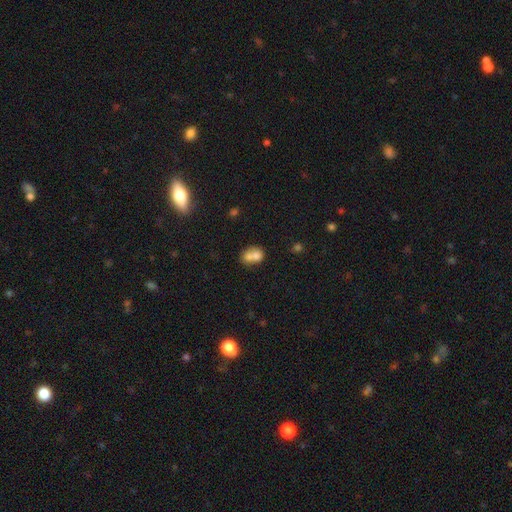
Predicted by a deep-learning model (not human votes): The model was most divided on "how rounded": round: 51%, in between: 48%, cigar-shaped: 1%. More confident: smooth or featured — smooth (70%); merging — merger (68%).